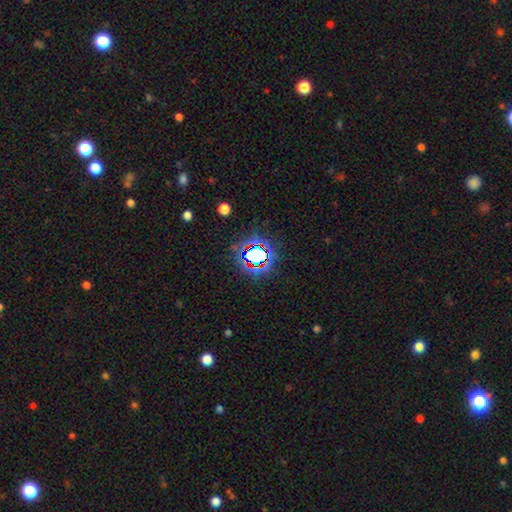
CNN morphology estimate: Smooth or featured: star or artifact — 64% (smooth — 24%)